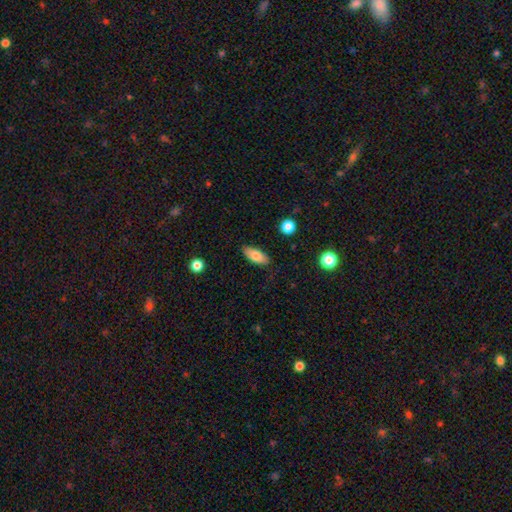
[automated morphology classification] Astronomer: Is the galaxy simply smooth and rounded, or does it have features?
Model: smooth — 77%.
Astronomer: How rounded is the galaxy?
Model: in between — 83%.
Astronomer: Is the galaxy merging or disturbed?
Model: none — 82%.